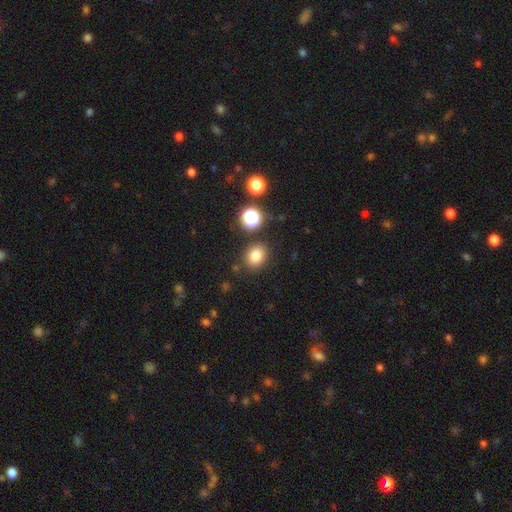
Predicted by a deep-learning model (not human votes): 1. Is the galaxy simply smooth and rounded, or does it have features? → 80% smooth, 14% star or artifact, 6% featured or disk.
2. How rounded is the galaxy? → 57% round, 42% in between, 1% cigar-shaped.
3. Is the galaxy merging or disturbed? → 82% none, 10% minor disturbance, 5% merger, 3% major disturbance.